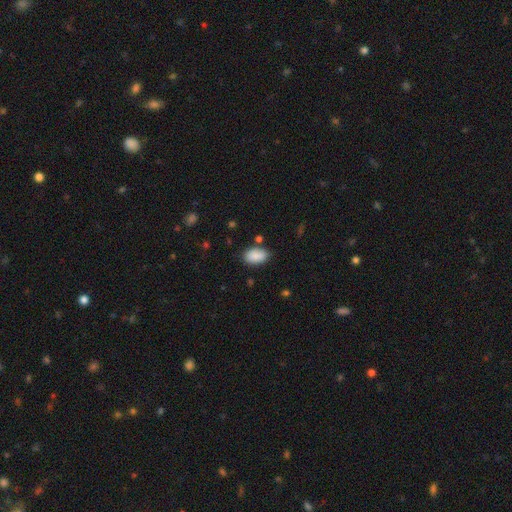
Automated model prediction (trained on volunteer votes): smooth-or-featured: smooth: 88% | star or artifact: 7% | featured or disk: 5%
  how-rounded: in between: 92% | round: 6% | cigar-shaped: 2%
  merging: none: 77% | minor disturbance: 15% | merger: 4% | major disturbance: 3%